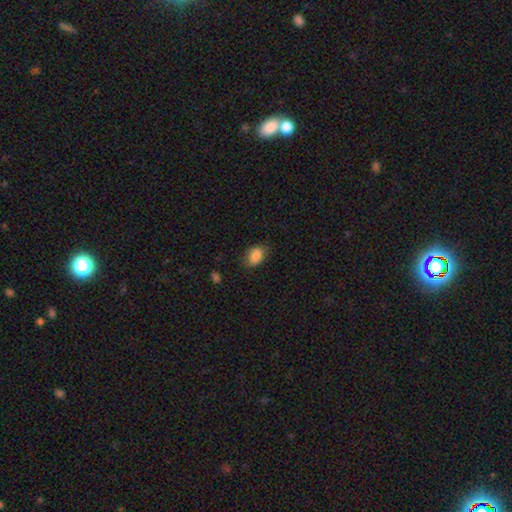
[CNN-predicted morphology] Smooth or featured? smooth (87%)
How rounded? in between (81%)
Merging? none (72%)